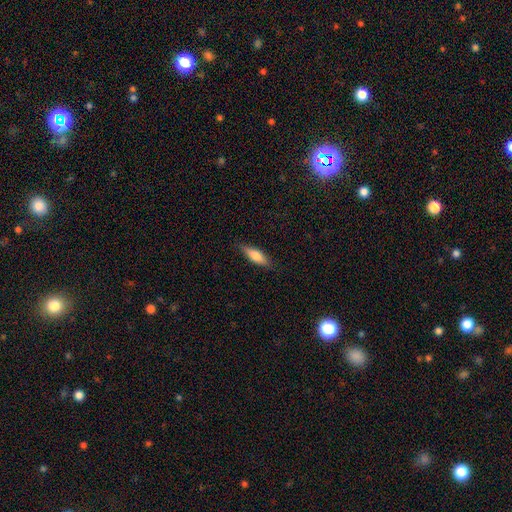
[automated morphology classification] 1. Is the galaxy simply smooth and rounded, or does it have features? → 72% smooth, 22% featured or disk, 6% star or artifact.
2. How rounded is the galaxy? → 49% cigar-shaped (tied), 49% in between (tied), 2% round.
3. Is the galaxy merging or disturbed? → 84% none, 12% minor disturbance, 2% major disturbance, 1% merger.